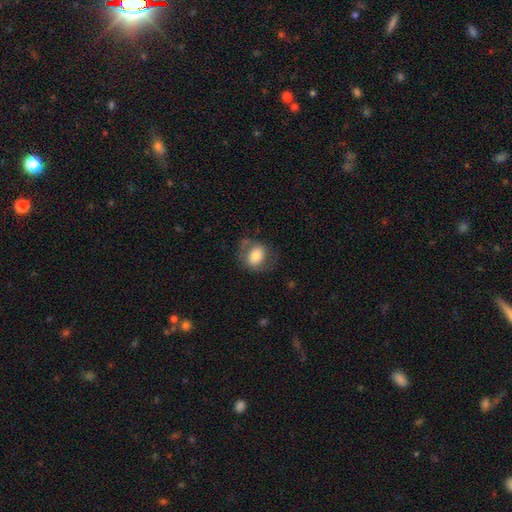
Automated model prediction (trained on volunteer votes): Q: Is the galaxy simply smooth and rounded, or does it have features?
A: smooth — 66%.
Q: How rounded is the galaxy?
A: in between — 54%.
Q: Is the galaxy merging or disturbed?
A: none — 63%.